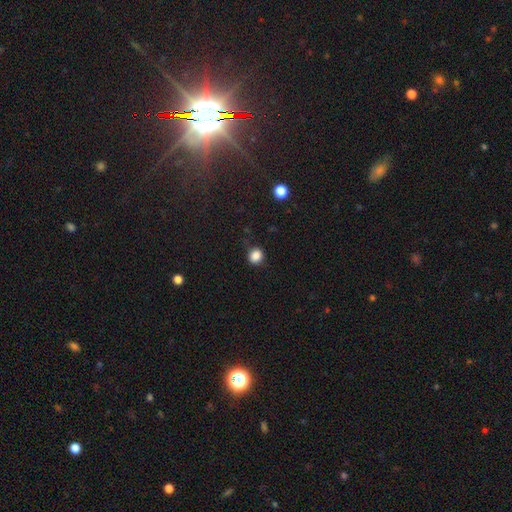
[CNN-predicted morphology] type=smooth (86%); roundness=round (81%); merging=none (81%).